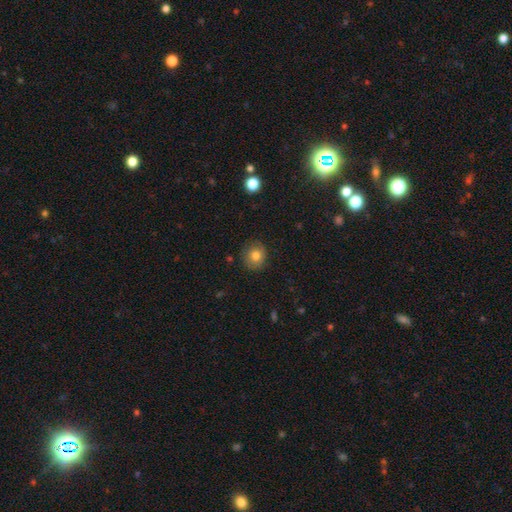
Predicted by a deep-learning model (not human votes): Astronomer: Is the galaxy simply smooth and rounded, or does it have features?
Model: smooth — 79%.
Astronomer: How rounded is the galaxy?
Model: round — 86%.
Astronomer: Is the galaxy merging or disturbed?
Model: none — 86%.